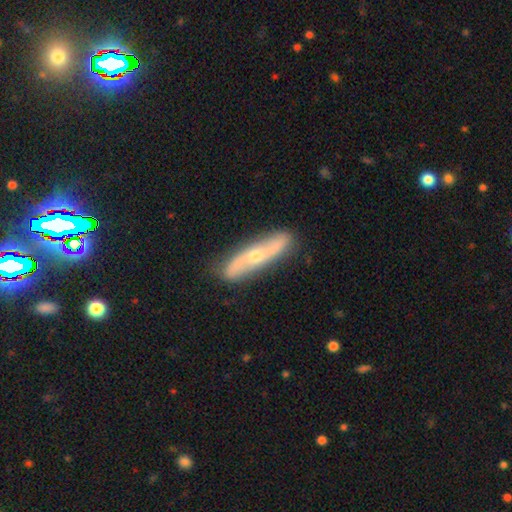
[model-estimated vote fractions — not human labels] Smooth or featured? Predicted: featured or disk (p=0.70). Edge-on disk? Predicted: no (p=0.62). Merging? Predicted: none (p=0.84).